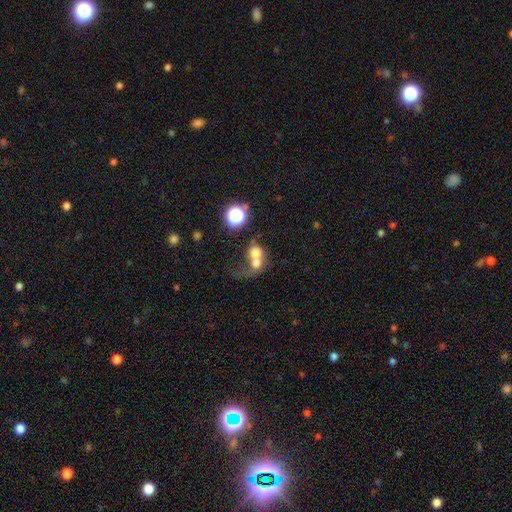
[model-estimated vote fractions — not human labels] Morphology: type=smooth (57%); roundness=round (69%); merging=merger (70%).